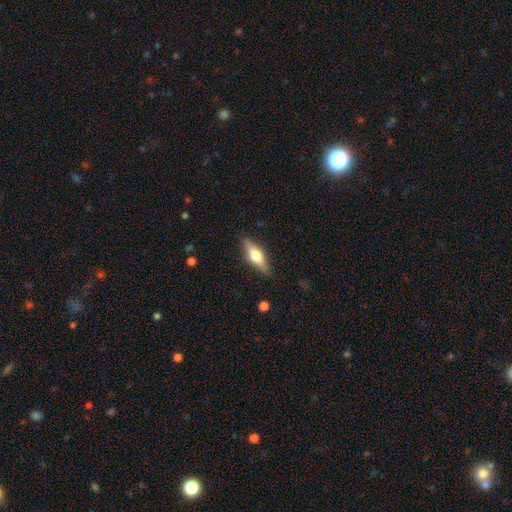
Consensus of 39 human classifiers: Smooth or featured: featured or disk — 51% (smooth — 41%)
Edge-on disk: yes — 90% (no — 10%)
Edge-on bulge: rounded — 94% (none — 6%)
Merging: none — 94% (minor disturbance — 3%)